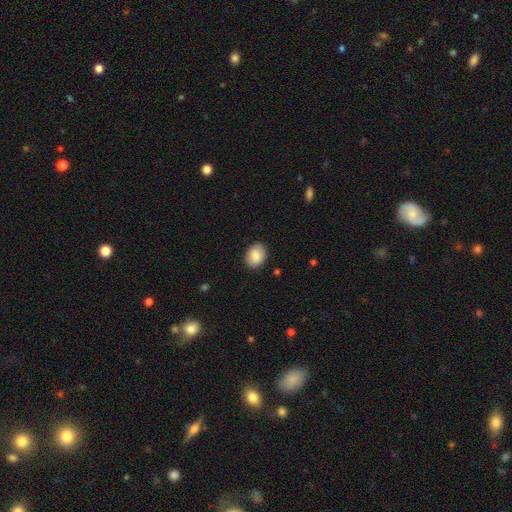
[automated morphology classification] A smooth galaxy with no disk features (85%) that is in between round and cigar-shaped (62%).

Vote fractions:
- Smooth or featured? smooth: 85% / featured or disk: 8% / star or artifact: 7%
- How rounded? in between: 62% / round: 37% / cigar-shaped: 1%
- Merging? none: 88% / minor disturbance: 9% / major disturbance: 2% / merger: 1%